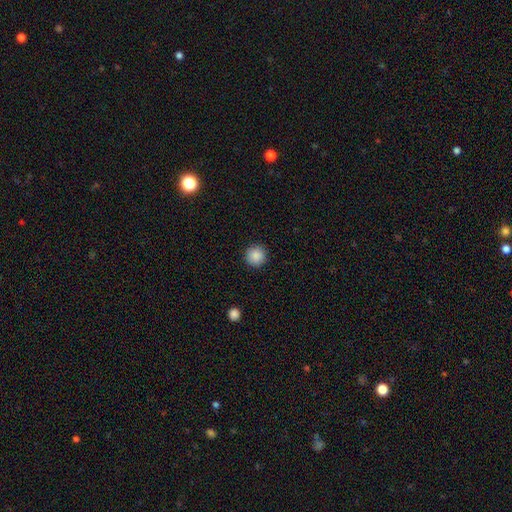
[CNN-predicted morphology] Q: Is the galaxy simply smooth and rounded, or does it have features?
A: smooth — 88%.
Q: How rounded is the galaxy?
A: round — 95%.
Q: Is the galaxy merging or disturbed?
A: none — 92%.